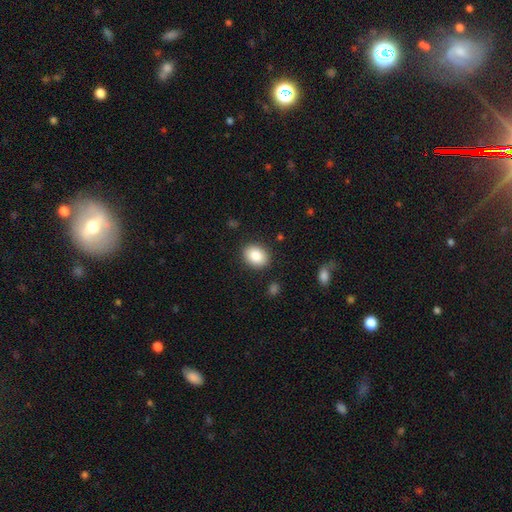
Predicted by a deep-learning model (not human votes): Smooth or featured? Predicted: smooth (p=0.87). How rounded? Predicted: in between (p=0.60). Merging? Predicted: none (p=0.88).